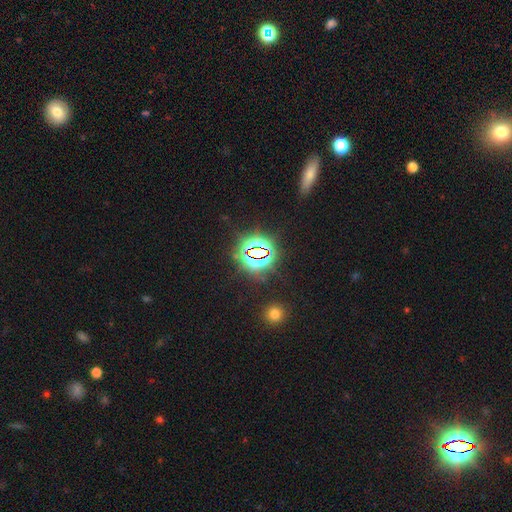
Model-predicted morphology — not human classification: Smooth or featured: star or artifact — 74% (smooth — 17%)